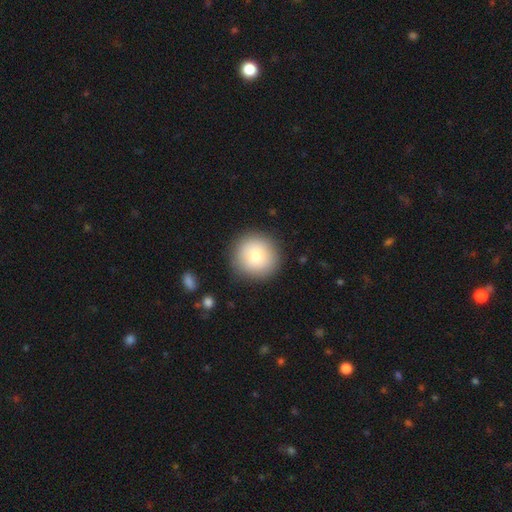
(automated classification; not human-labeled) smooth 78%, featured or disk 13%, star or artifact 9%. Down the decision tree: how rounded — round (95%); merging — none (89%).